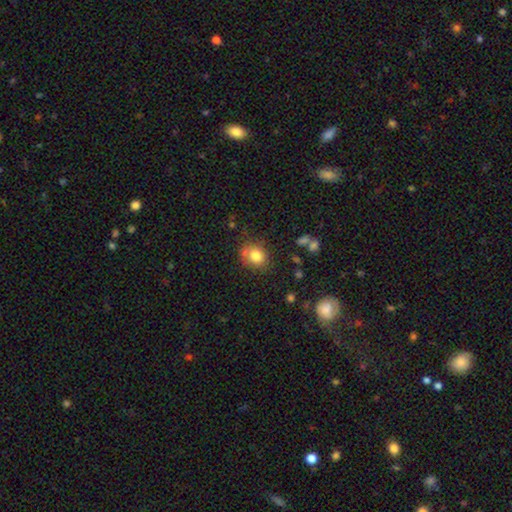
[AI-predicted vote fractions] smooth-or-featured: smooth: 80% | star or artifact: 11% | featured or disk: 10%
  how-rounded: round: 68% | in between: 32% | cigar-shaped: 1%
  merging: none: 67% | minor disturbance: 19% | merger: 9% | major disturbance: 5%